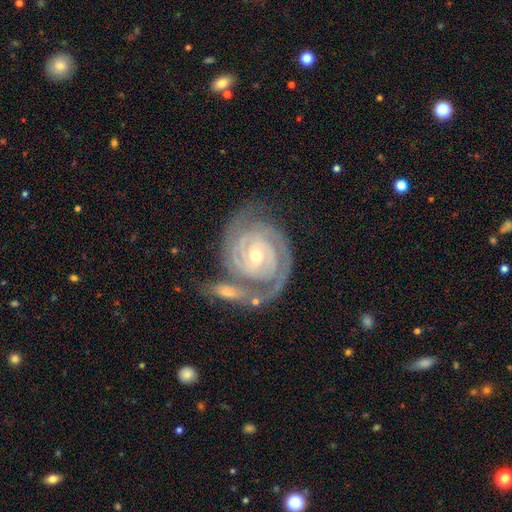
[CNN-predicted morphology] smooth_or_featured: featured or disk (p=0.93) [alt: star or artifact p=0.04]
disk_edge_on: no (p=0.97) [alt: yes p=0.03]
bar: no (p=0.56) [alt: weak p=0.29]
has_spiral_arms: yes (p=0.99) [alt: no p=0.01]
spiral_winding: tight (p=0.83) [alt: medium p=0.15]
spiral_arm_count: 2 (p=0.61) [alt: 3 p=0.19]
bulge_size: small (p=0.58) [alt: moderate p=0.39]
merging: none (p=0.57) [alt: merger p=0.22]